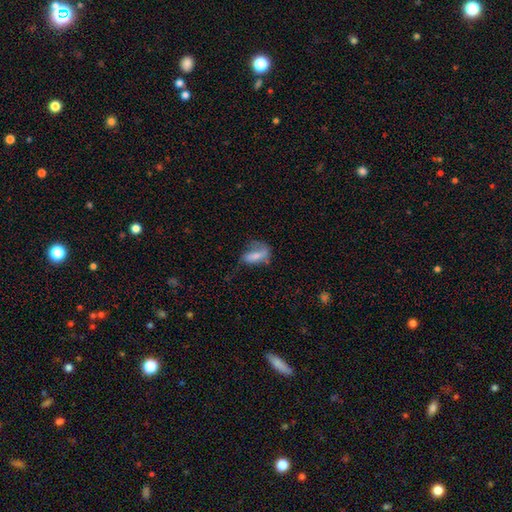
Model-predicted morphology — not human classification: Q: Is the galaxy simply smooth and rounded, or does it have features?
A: smooth — 67%.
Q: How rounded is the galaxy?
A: in between — 77%.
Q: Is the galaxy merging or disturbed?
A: none — 36%.